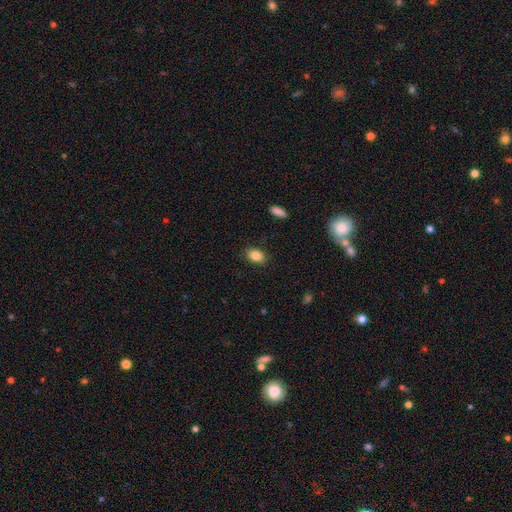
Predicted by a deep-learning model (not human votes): Overall: smooth (86%). How rounded: in between (83%). Merging: none (87%).